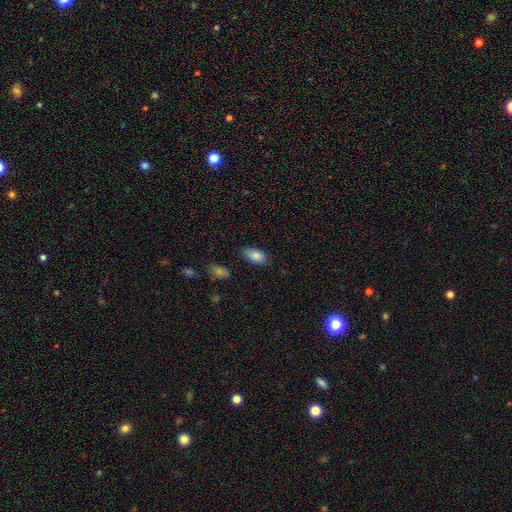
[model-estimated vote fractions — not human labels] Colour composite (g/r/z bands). It shows a smooth galaxy with no disk features (85%) that is in between round and cigar-shaped (92%). Merging: none (80%).